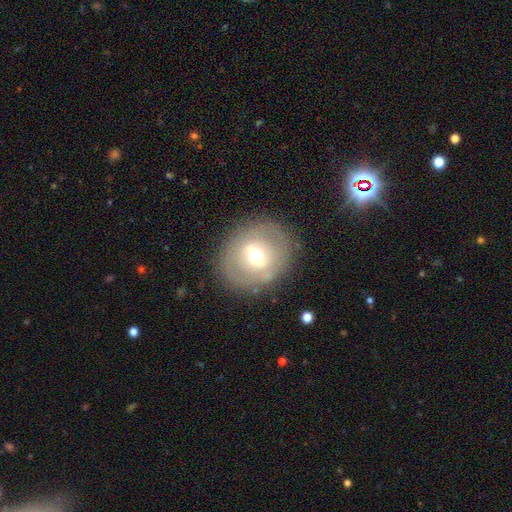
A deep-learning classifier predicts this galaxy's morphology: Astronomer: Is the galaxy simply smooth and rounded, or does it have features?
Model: featured or disk — 48% (runner-up: smooth, 43%).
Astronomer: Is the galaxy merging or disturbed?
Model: none — 81%.